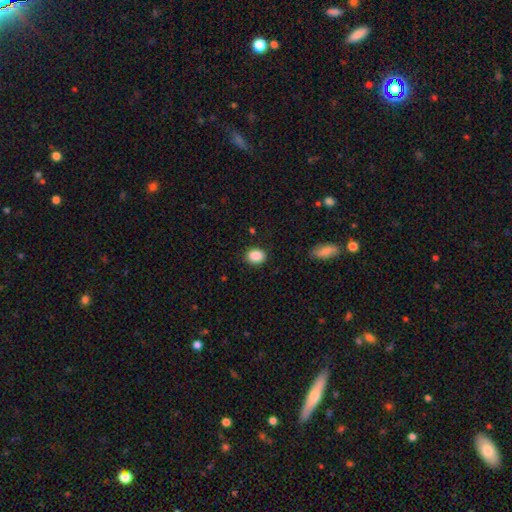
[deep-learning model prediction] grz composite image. It shows a smooth galaxy with no disk features (89%) that is in between round and cigar-shaped (54%). Merging: none (87%).